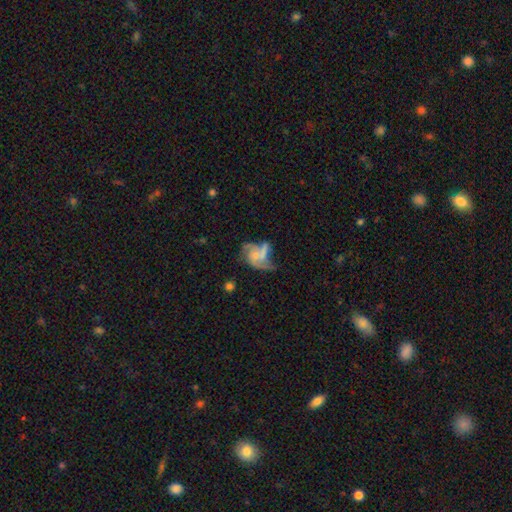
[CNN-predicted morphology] Smooth or featured: featured or disk — 71% (smooth — 19%)
Edge-on disk: no — 97% (yes — 3%)
Bar: no — 66% (weak — 28%)
Spiral arms: yes — 85% (no — 15%)
Spiral winding: medium — 45% (loose — 35%)
Spiral arm count: 3 — 34% (2 — 33%)
Bulge size: small — 51% (moderate — 27%)
Merging: none — 36% (major disturbance — 26%)